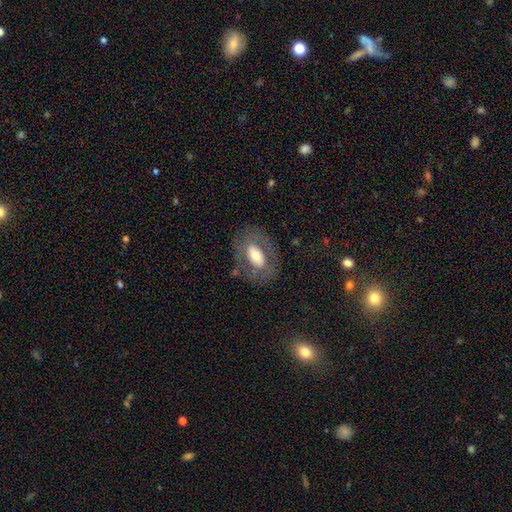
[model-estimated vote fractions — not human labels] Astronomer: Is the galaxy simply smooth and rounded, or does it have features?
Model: smooth — 47% (runner-up: featured or disk, 46%).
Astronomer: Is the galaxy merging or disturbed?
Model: none — 74%.